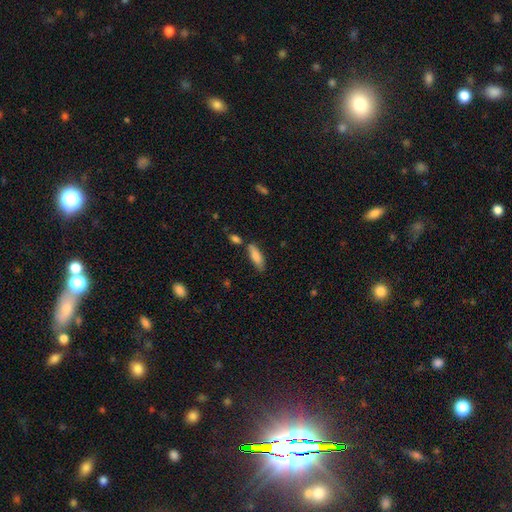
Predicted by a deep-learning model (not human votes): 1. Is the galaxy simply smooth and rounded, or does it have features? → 84% smooth, 10% featured or disk, 7% star or artifact.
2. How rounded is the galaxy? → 56% in between, 43% cigar-shaped, 2% round.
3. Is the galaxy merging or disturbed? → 67% none, 19% minor disturbance, 10% merger, 4% major disturbance.